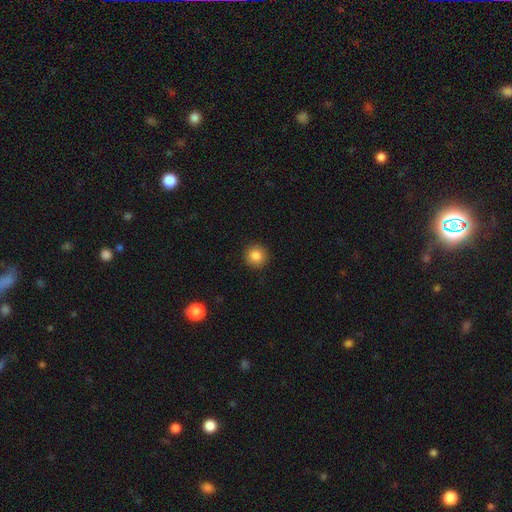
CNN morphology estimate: smooth-or-featured: smooth: 85% | star or artifact: 10% | featured or disk: 5%
  how-rounded: round: 95% | in between: 4% | cigar-shaped: 1%
  merging: none: 92% | minor disturbance: 5% | major disturbance: 2% | merger: 1%